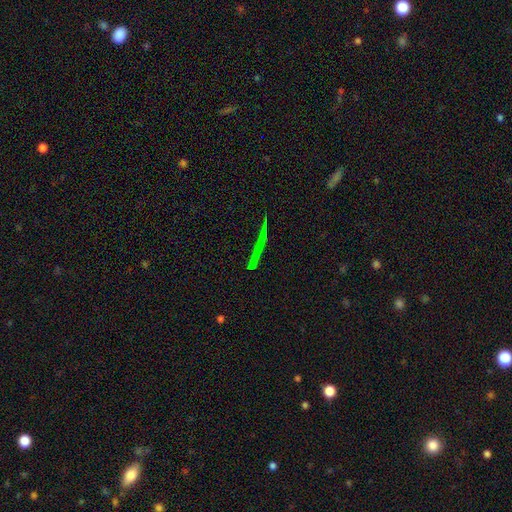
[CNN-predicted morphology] This appears to be a star or artifact, not a galaxy (50%).